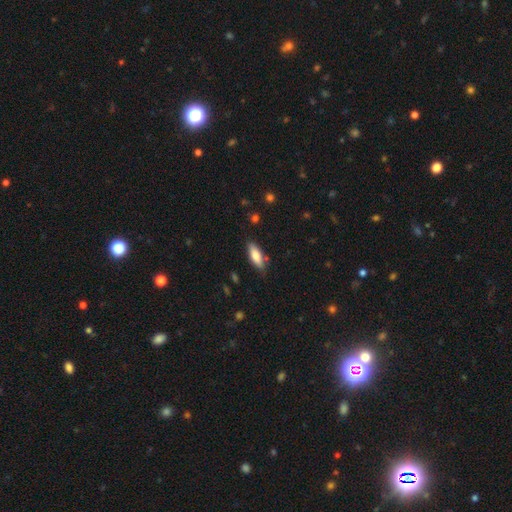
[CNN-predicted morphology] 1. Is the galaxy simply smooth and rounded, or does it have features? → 77% smooth, 17% featured or disk, 6% star or artifact.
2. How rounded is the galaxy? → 66% in between, 32% cigar-shaped, 2% round.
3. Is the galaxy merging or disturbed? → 81% none, 14% minor disturbance, 3% major disturbance, 2% merger.